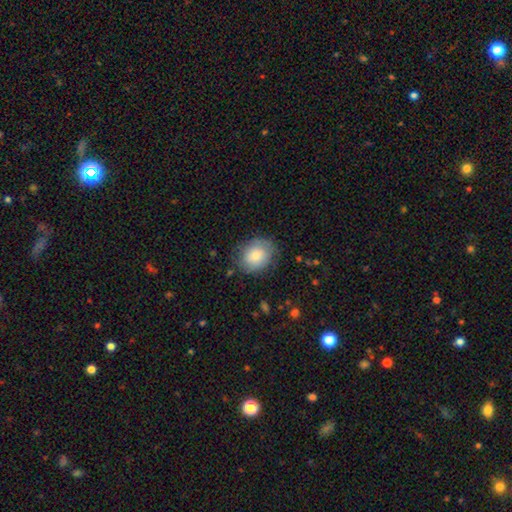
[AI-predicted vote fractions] The model was most divided on "how rounded": round: 55%, in between: 44%, cigar-shaped: 1%. More confident: smooth or featured — smooth (77%); merging — none (74%).